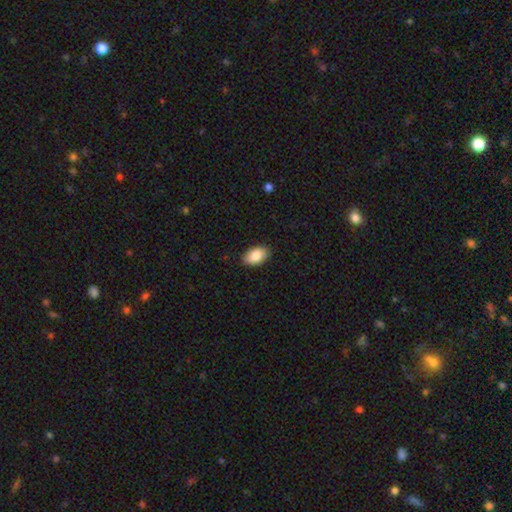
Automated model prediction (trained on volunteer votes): Smooth or featured?
  - smooth: 88% *
  - star or artifact: 6%
  - featured or disk: 6%
How rounded?
  - in between: 93% *
  - round: 6%
  - cigar-shaped: 1%
Merging?
  - none: 87% *
  - minor disturbance: 10%
  - major disturbance: 2%
  - merger: 1%